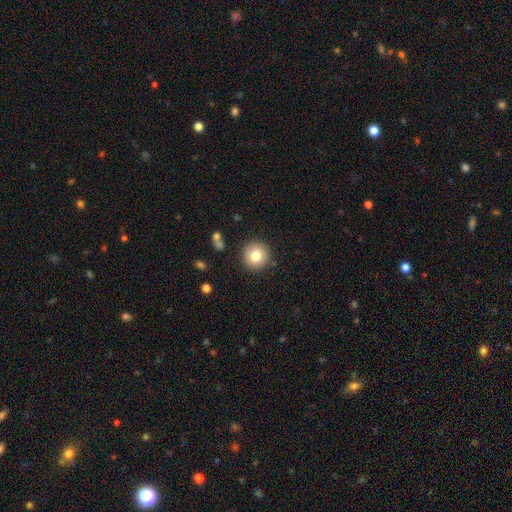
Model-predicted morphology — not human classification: smooth 78%, featured or disk 12%, star or artifact 10%. Down the decision tree: how rounded — round (94%); merging — none (89%).